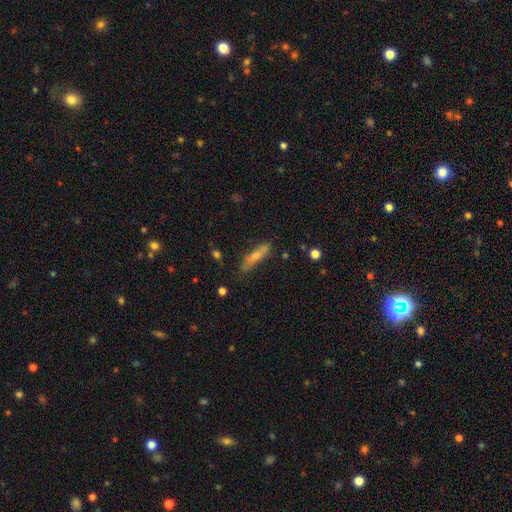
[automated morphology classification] This appears to be a smooth galaxy with no disk features (68%) that is cigar-shaped (78%). Merging: none (69%).